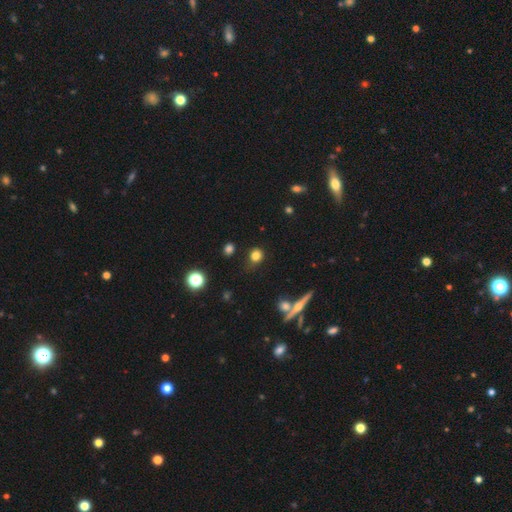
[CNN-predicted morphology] smooth_or_featured: smooth (p=0.79) [alt: star or artifact p=0.13]
how_rounded: round (p=0.81) [alt: in between p=0.18]
merging: none (p=0.76) [alt: minor disturbance p=0.14]